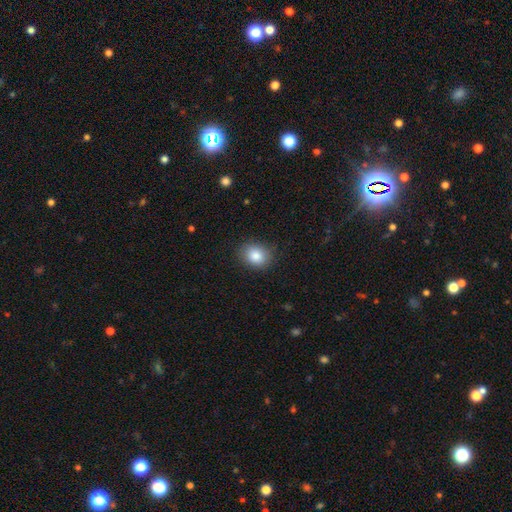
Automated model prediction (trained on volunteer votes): smooth_or_featured: smooth (p=0.85) [alt: star or artifact p=0.09]
how_rounded: round (p=0.52) [alt: in between p=0.47]
merging: none (p=0.86) [alt: minor disturbance p=0.10]